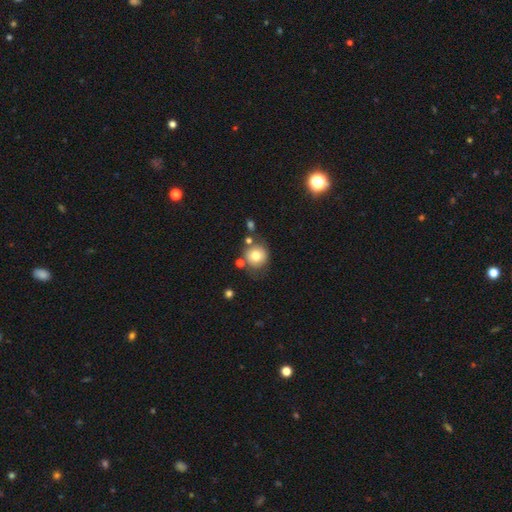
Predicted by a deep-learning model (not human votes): This is likely a smooth galaxy (76%). How rounded: clearly round (88%). Merging: likely none (67%).